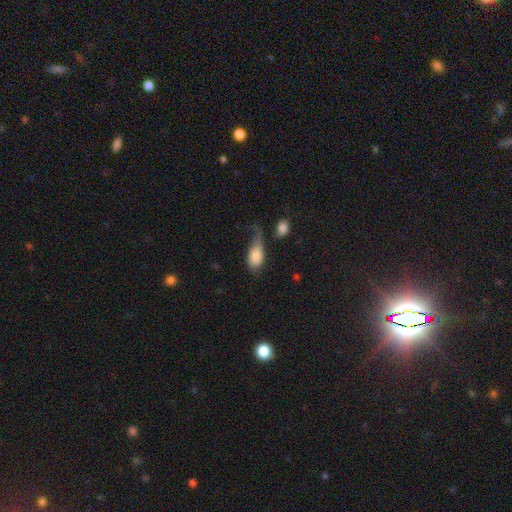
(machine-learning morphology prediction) Smooth or featured?
  - smooth: 79% *
  - featured or disk: 14%
  - star or artifact: 7%
How rounded?
  - in between: 90% *
  - round: 7%
  - cigar-shaped: 3%
Merging?
  - major disturbance: 40% *
  - minor disturbance: 26%
  - none: 22%
  - merger: 13%